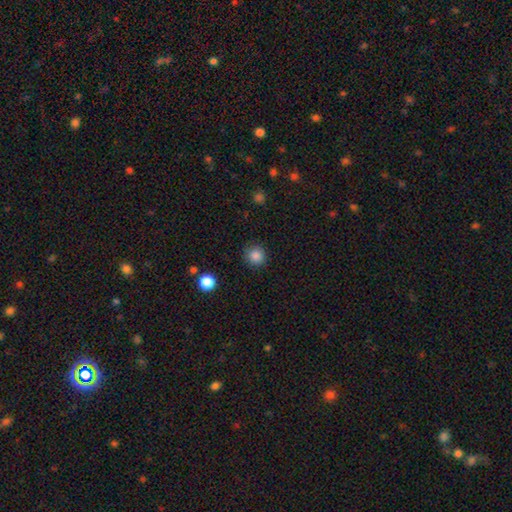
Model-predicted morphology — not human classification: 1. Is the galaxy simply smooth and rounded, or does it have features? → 85% smooth, 11% star or artifact, 4% featured or disk.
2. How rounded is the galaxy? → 93% round, 6% in between, 1% cigar-shaped.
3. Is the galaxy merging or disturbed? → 89% none, 7% minor disturbance, 2% major disturbance, 1% merger.